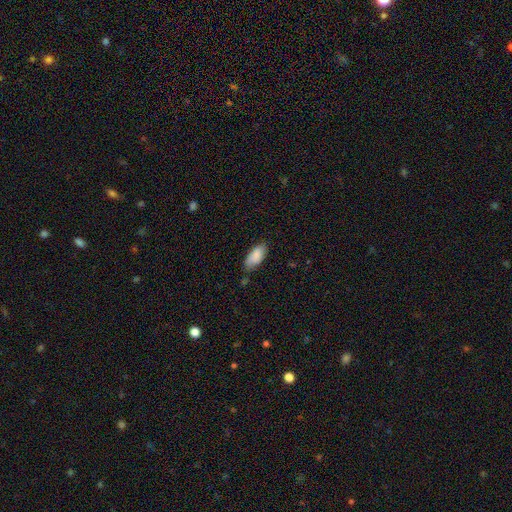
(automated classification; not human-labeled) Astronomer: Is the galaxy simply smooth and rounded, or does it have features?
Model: smooth — 87%.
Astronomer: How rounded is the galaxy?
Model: in between — 88%.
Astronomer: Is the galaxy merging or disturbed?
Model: none — 67%.